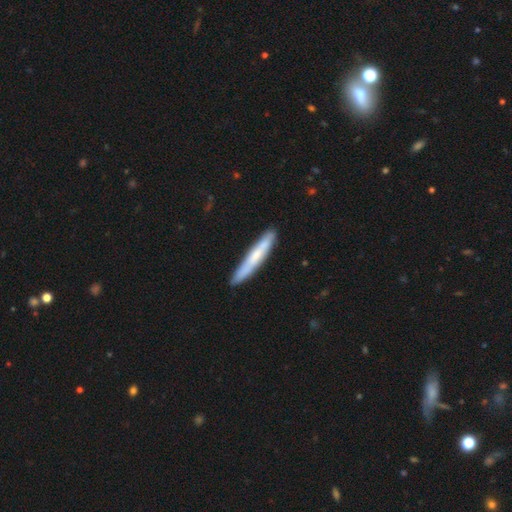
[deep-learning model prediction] Smooth or featured? smooth (59%)
How rounded? cigar-shaped (94%)
Merging? none (87%)